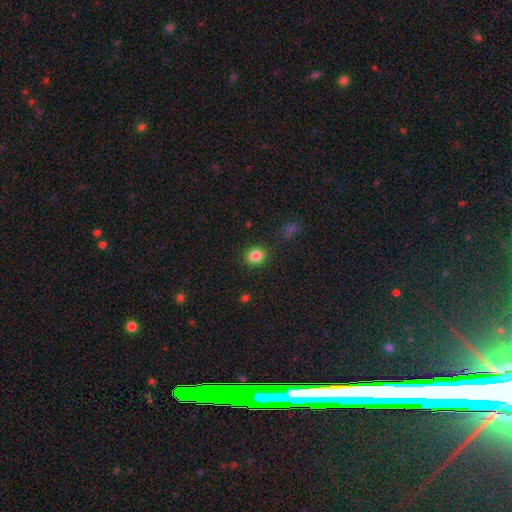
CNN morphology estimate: This is clearly a smooth galaxy (85%). How rounded: likely round (67%). Merging: clearly none (87%).